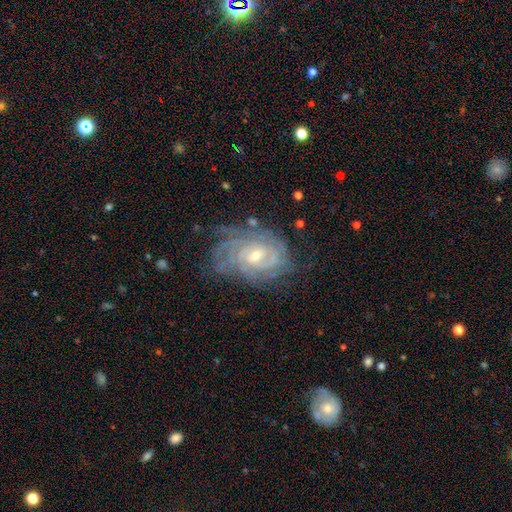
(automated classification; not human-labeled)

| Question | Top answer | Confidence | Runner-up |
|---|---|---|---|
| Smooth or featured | featured or disk | 88% | star or artifact (6%) |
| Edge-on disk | no | 97% | yes (3%) |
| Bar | no | 45% | weak (43%) |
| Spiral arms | yes | 97% | no (3%) |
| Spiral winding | tight | 77% | medium (19%) |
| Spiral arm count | can't tell | 33% | 4 (22%) |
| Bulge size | small | 55% | moderate (42%) |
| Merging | none | 67% | minor disturbance (21%) |